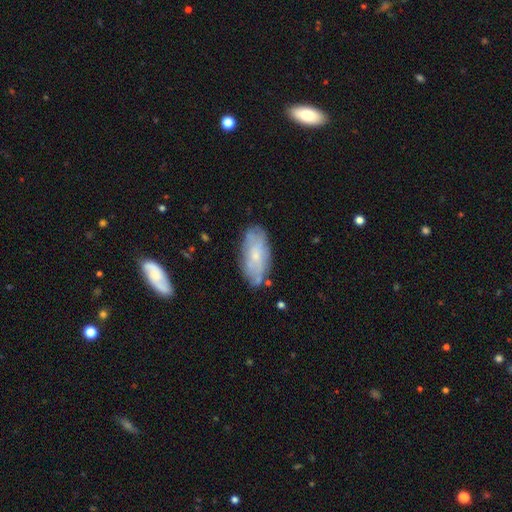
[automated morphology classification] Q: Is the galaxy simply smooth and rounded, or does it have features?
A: smooth — 50%.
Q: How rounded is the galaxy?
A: in between — 89%.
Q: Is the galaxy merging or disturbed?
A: none — 74%.